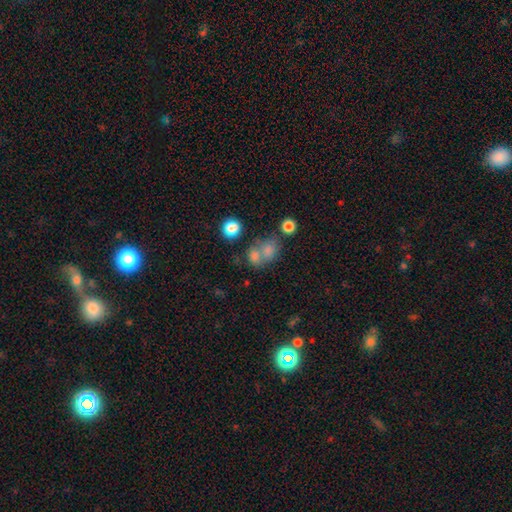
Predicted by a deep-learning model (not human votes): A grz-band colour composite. It shows a smooth galaxy with no disk features (70%) that is round (54%). Merging: merger (48%).